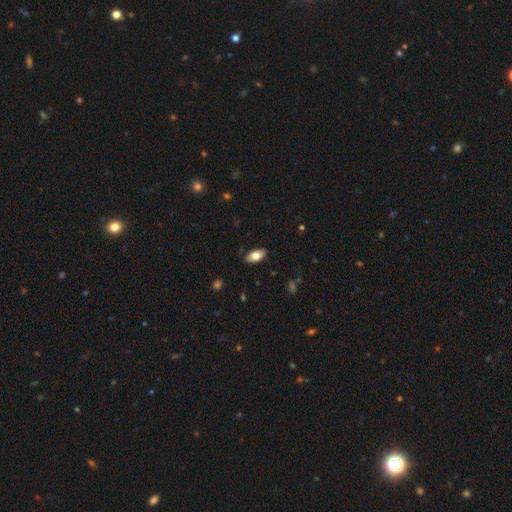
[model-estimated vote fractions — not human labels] Overall: smooth (75%). How rounded: in between (91%). Merging: none (87%).